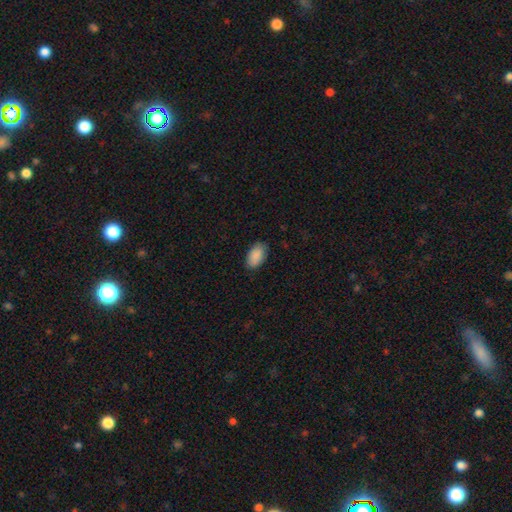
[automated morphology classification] Q: Smooth or featured?
A: smooth (90%); runner-up: star or artifact (6%)
Q: How rounded?
A: in between (94%); runner-up: round (4%)
Q: Merging?
A: none (84%); runner-up: minor disturbance (13%)